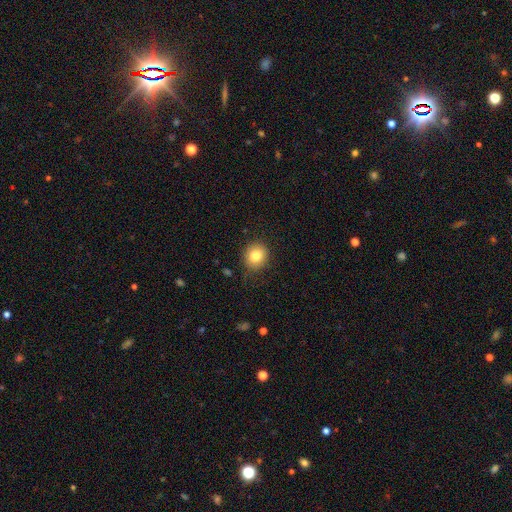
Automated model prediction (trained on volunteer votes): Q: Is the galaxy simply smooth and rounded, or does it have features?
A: smooth — 81%.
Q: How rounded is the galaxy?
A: round — 84%.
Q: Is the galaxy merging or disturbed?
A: none — 85%.